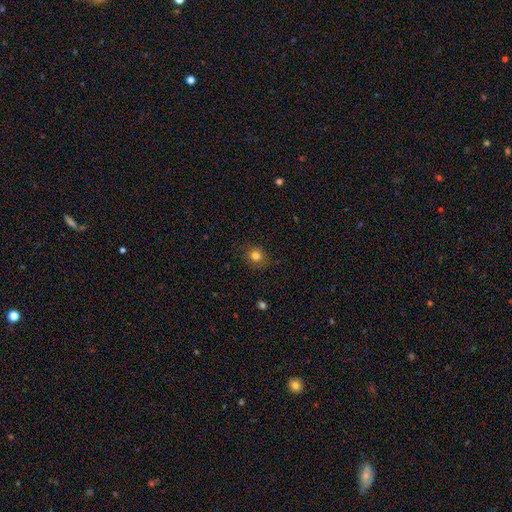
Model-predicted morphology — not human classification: A smooth galaxy with no disk features (80%) that is round (82%).

Vote fractions:
- Smooth or featured? smooth: 80% / star or artifact: 13% / featured or disk: 7%
- How rounded? round: 82% / in between: 17% / cigar-shaped: 1%
- Merging? none: 85% / minor disturbance: 11% / major disturbance: 3% / merger: 1%